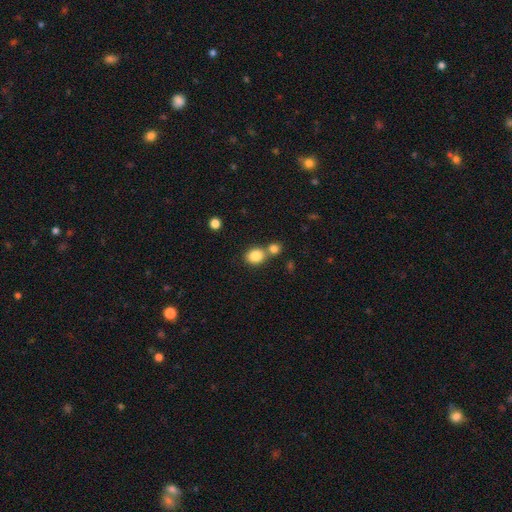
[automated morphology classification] Smooth or featured?
  - smooth: 85% *
  - star or artifact: 9%
  - featured or disk: 6%
How rounded?
  - round: 65% *
  - in between: 34%
  - cigar-shaped: 1%
Merging?
  - none: 53% *
  - merger: 35%
  - minor disturbance: 9%
  - major disturbance: 3%